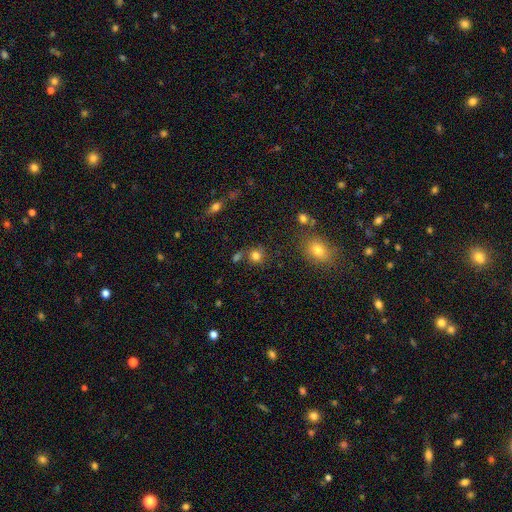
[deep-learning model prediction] The model was most divided on "merging": none: 70%, minor disturbance: 13%, merger: 12%, major disturbance: 5%. More confident: how rounded — round (82%); smooth or featured — smooth (79%).